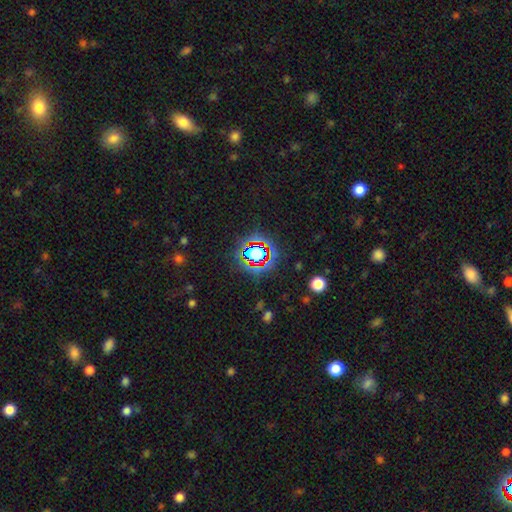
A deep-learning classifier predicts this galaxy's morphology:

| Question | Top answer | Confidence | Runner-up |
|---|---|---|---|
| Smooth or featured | star or artifact | 67% | smooth (21%) |